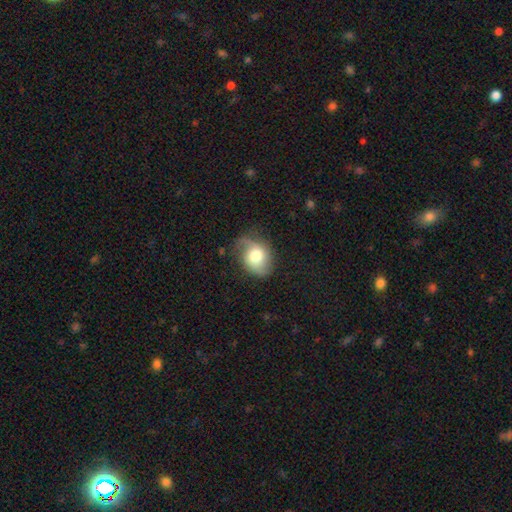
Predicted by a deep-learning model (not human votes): Overall: smooth (50%; featured or disk 42%). How rounded: in between (58%; round 41%). Merging: none (51%; minor disturbance 31%).